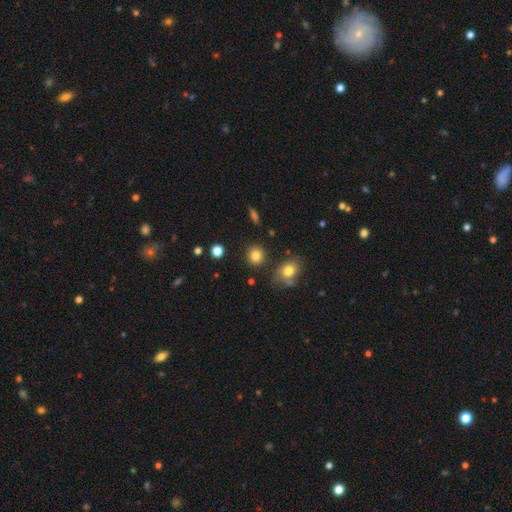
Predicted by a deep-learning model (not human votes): Smooth or featured?
  - smooth: 83% *
  - star or artifact: 11%
  - featured or disk: 6%
How rounded?
  - round: 86% *
  - in between: 13%
  - cigar-shaped: 1%
Merging?
  - none: 86% *
  - minor disturbance: 8%
  - merger: 3%
  - major disturbance: 3%